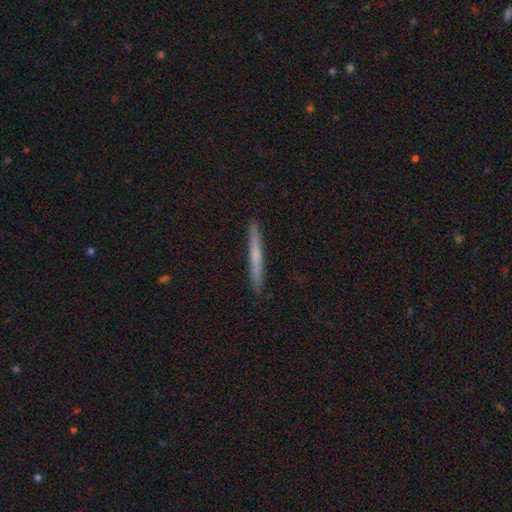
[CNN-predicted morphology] Smooth or featured: smooth — 52% (featured or disk — 42%)
How rounded: cigar-shaped — 97% (in between — 2%)
Merging: none — 92% (minor disturbance — 6%)